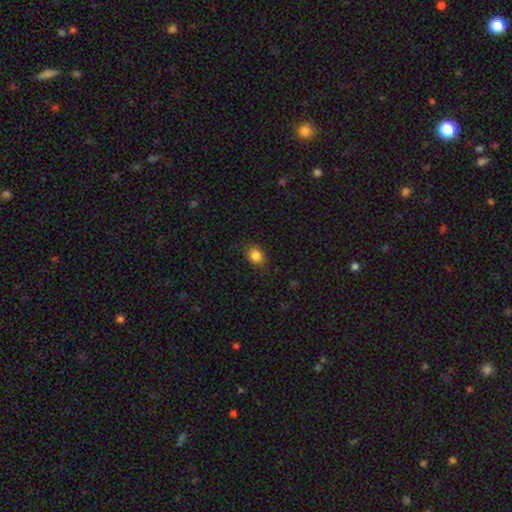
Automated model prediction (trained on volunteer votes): smooth-or-featured: smooth: 85% | star or artifact: 10% | featured or disk: 5%
  how-rounded: round: 53% | in between: 46% | cigar-shaped: 1%
  merging: none: 84% | minor disturbance: 12% | major disturbance: 3% | merger: 1%